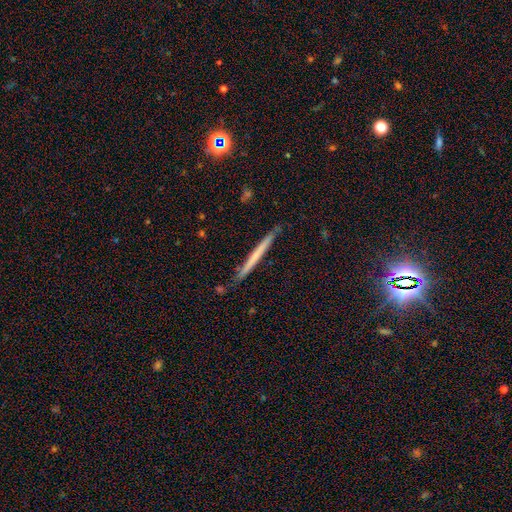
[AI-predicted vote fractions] Overall: smooth (50%; featured or disk 43%). How rounded: cigar-shaped (97%). Merging: none (87%).